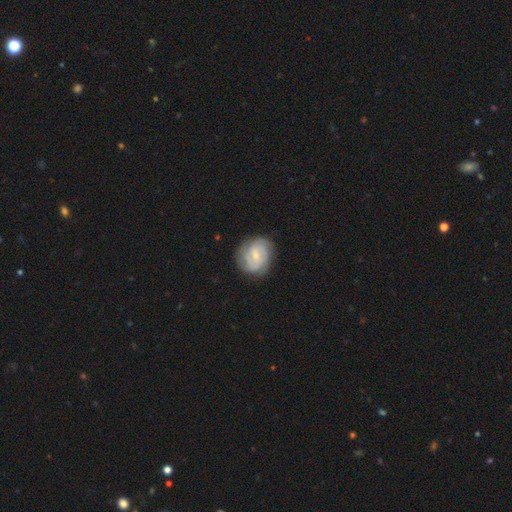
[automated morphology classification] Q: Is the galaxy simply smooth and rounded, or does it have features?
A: featured or disk — 58%.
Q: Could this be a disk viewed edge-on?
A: no — 97%.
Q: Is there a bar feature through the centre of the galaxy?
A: no — 46%.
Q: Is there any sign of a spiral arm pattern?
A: yes — 83%.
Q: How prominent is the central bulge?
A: small — 67%.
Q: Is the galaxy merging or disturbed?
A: none — 77%.